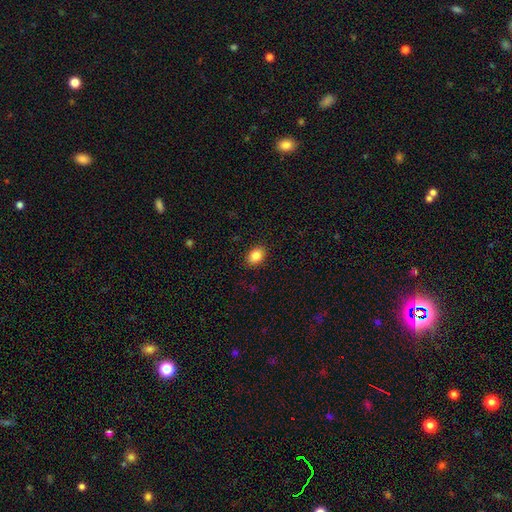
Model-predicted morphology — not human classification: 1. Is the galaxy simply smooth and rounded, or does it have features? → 88% smooth, 9% star or artifact, 4% featured or disk.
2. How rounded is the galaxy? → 77% in between, 22% round, 1% cigar-shaped.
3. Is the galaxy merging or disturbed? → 89% none, 8% minor disturbance, 2% major disturbance, 1% merger.